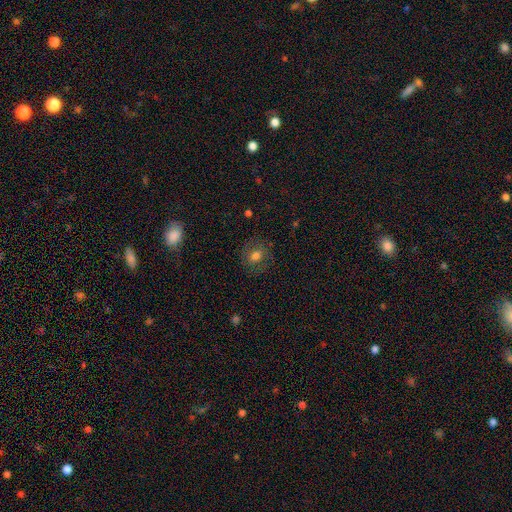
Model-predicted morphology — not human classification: This appears to be a smooth galaxy with no disk features (68%) that is round (68%). Merging: none (81%).